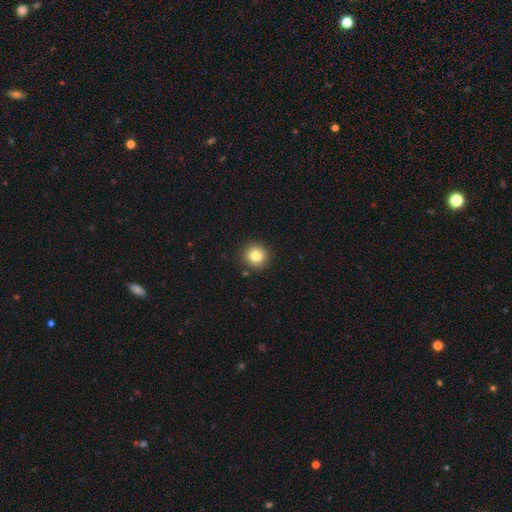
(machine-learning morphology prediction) type=smooth (81%); roundness=round (94%); merging=none (91%).